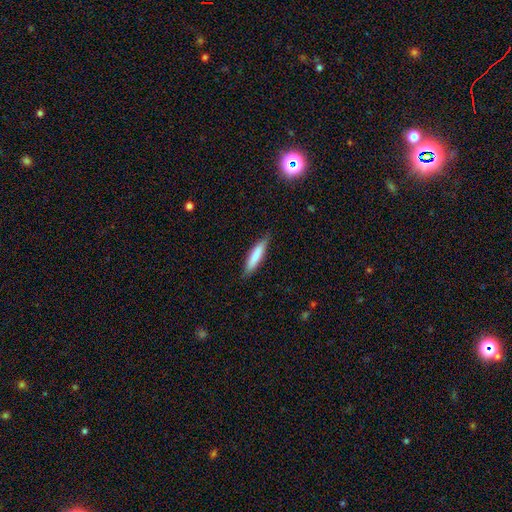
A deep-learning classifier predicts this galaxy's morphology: The model was most divided on "how rounded": cigar-shaped: 82%, in between: 17%, round: 1%. More confident: merging — none (85%); smooth or featured — smooth (81%).